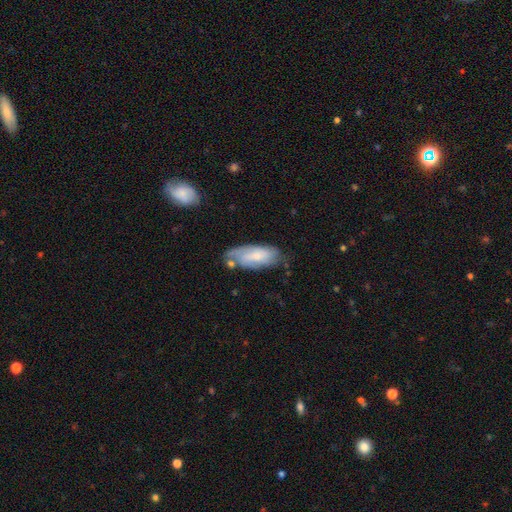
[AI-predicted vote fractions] This appears to be a featured or disk galaxy (48%). Merging: none (54%).